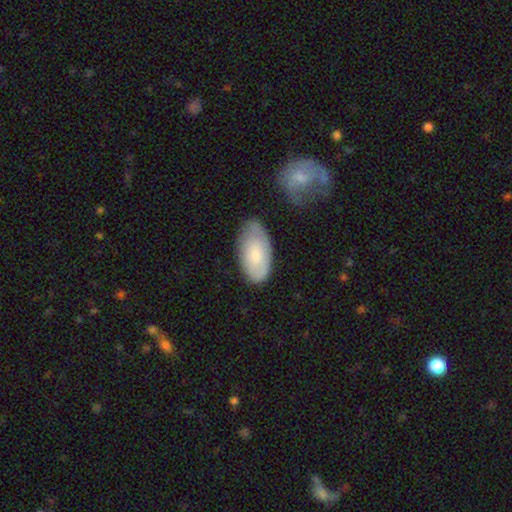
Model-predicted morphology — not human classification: smooth 68%, featured or disk 26%, star or artifact 6%. Down the decision tree: how rounded — in between (94%); merging — none (62%).